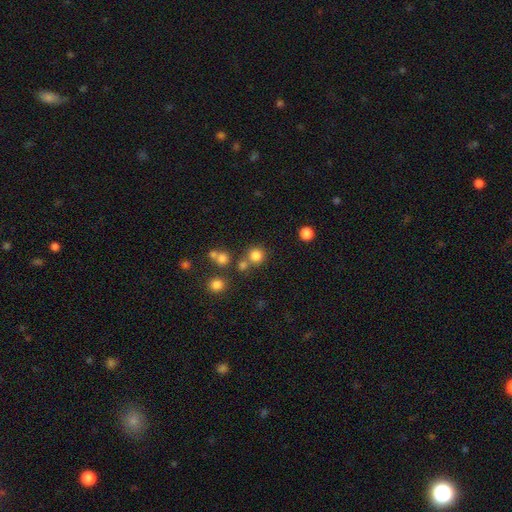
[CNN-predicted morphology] Q: Smooth or featured?
A: smooth (78%); runner-up: star or artifact (15%)
Q: How rounded?
A: round (92%); runner-up: in between (7%)
Q: Merging?
A: none (70%); runner-up: merger (19%)